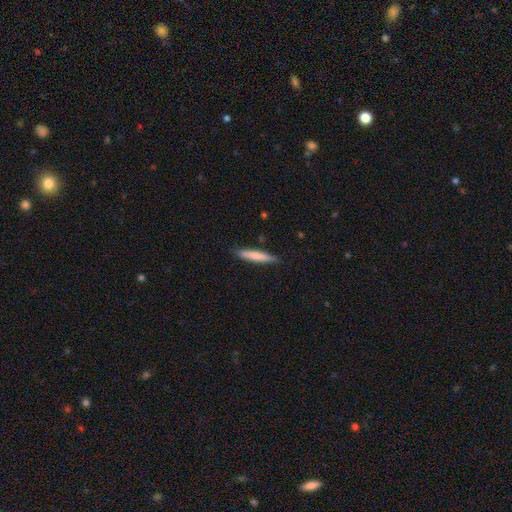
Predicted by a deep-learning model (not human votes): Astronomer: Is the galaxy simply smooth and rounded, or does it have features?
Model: smooth — 77%.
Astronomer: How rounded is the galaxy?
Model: cigar-shaped — 91%.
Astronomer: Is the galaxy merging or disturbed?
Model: none — 85%.